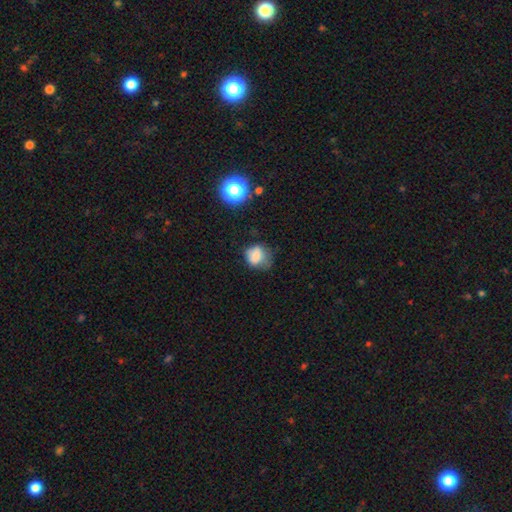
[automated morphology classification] A smooth galaxy with no disk features (77%) that is round (65%). Merging: none (44%).